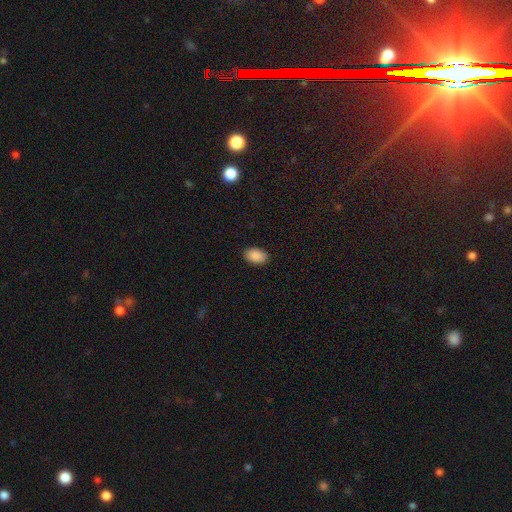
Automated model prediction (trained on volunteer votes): A smooth galaxy with no disk features (90%) that is in between round and cigar-shaped (91%). Merging: none (89%).